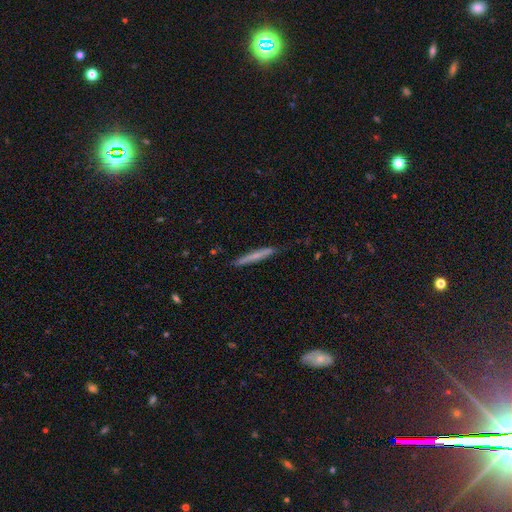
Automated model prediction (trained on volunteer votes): Overall: smooth (57%; featured or disk 36%). How rounded: cigar-shaped (95%). Merging: none (83%).